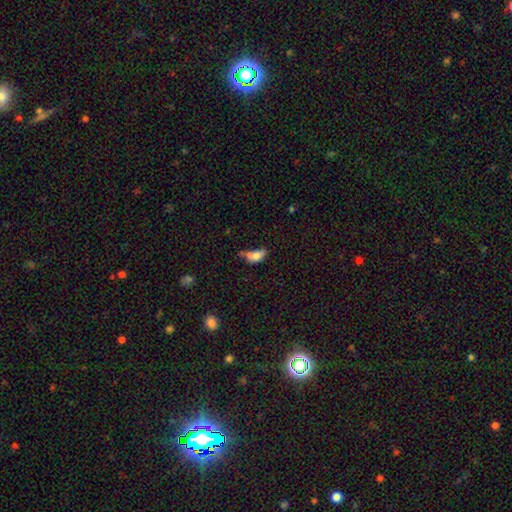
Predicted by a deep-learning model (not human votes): Smooth or featured? Predicted: smooth (p=0.73). How rounded? Predicted: in between (p=0.86). Merging? Predicted: merger (p=0.37).